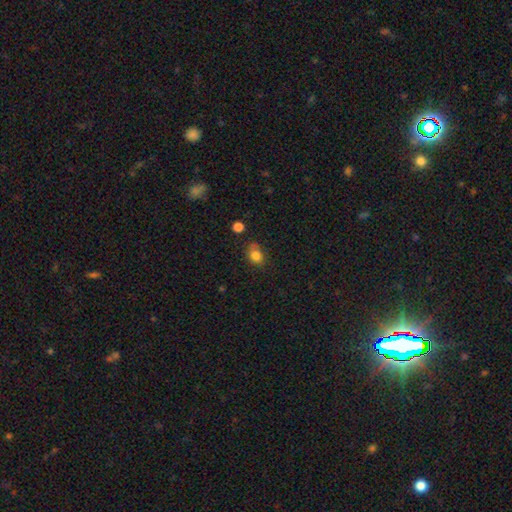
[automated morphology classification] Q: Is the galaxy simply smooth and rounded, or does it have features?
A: smooth — 82%.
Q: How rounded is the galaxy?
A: in between — 62%.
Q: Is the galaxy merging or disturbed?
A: none — 57%.